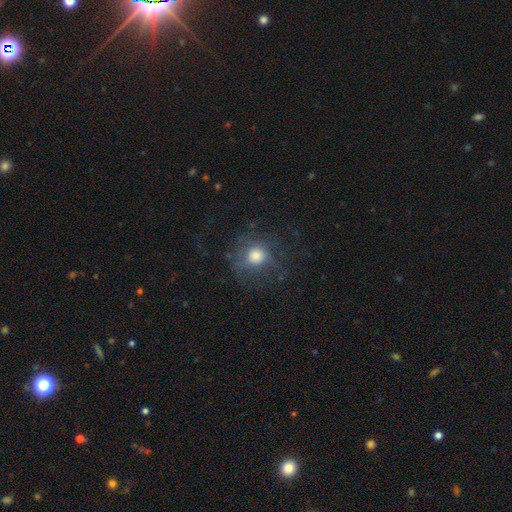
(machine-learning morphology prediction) The model was most divided on "smooth or featured": smooth: 62%, featured or disk: 24%, star or artifact: 15%. More confident: how rounded — round (86%); merging — none (60%).